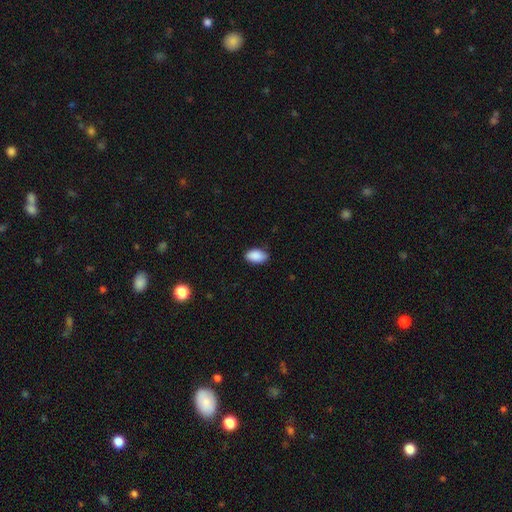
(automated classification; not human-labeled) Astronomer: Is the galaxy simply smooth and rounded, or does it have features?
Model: smooth — 89%.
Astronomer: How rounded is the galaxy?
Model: in between — 93%.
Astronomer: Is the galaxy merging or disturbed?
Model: none — 83%.